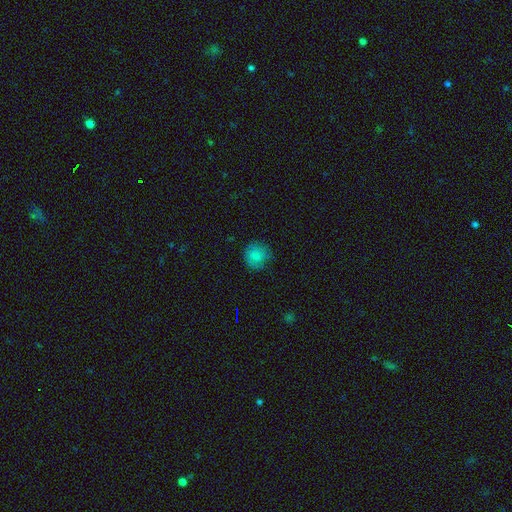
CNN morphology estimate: Q: Smooth or featured?
A: smooth (81%); runner-up: star or artifact (11%)
Q: How rounded?
A: round (87%); runner-up: in between (12%)
Q: Merging?
A: none (75%); runner-up: minor disturbance (19%)